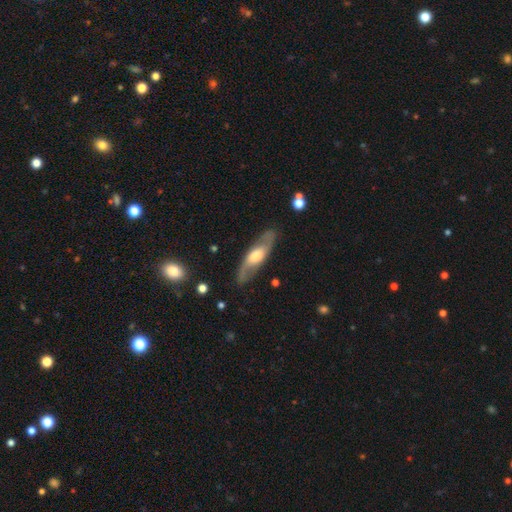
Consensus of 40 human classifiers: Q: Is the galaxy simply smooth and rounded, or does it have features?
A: featured or disk — 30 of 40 (75%).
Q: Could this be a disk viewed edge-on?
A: no — 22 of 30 (73%).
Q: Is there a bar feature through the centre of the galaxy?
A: weak — 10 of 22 (45%, tied with no).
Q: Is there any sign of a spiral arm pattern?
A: yes — 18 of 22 (82%).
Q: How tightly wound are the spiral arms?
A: loose — 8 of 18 (44%).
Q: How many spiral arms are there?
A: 2 — 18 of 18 (100%).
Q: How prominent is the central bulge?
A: moderate — 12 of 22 (55%).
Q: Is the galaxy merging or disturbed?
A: none — 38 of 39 (97%).